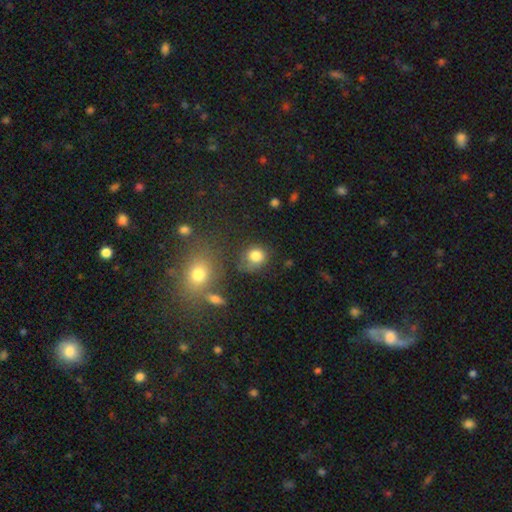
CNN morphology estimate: Q: Smooth or featured?
A: smooth (80%); runner-up: star or artifact (11%)
Q: How rounded?
A: round (68%); runner-up: in between (31%)
Q: Merging?
A: none (57%); runner-up: minor disturbance (23%)